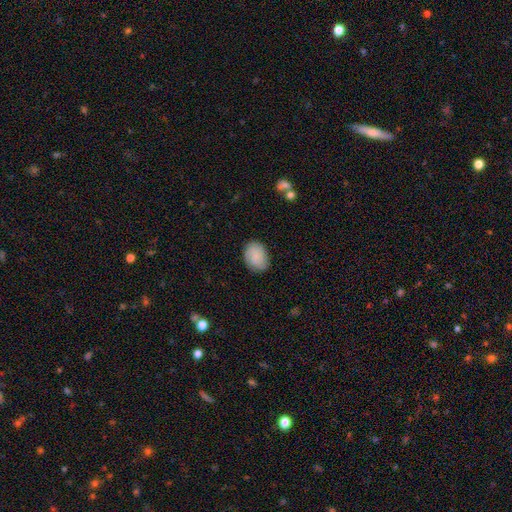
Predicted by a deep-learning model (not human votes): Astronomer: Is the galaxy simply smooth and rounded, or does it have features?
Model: smooth — 73%.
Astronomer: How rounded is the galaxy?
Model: in between — 68%.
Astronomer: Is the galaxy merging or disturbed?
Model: none — 79%.